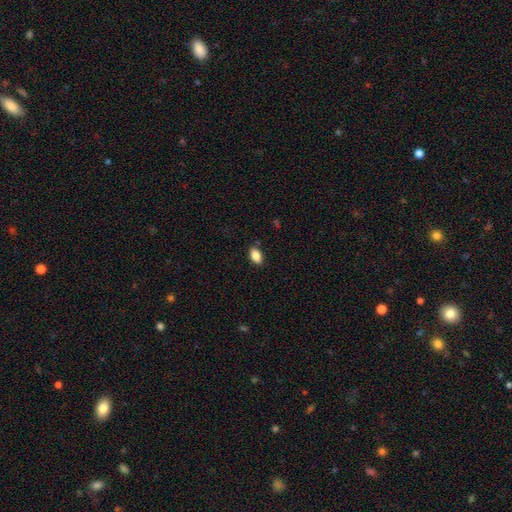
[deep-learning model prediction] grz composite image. It shows a smooth galaxy with no disk features (85%) that is in between round and cigar-shaped (90%). Merging: none (85%).